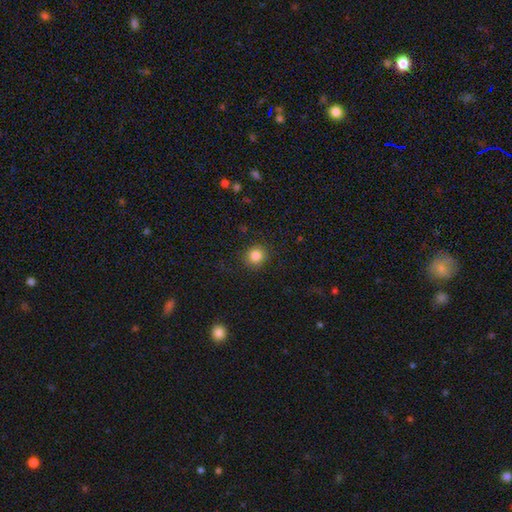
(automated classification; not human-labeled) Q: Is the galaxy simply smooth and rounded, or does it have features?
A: smooth — 85%.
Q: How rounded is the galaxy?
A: round — 90%.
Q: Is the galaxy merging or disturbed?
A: none — 88%.